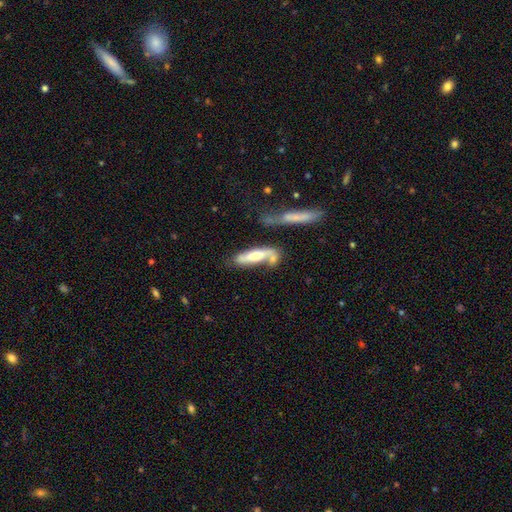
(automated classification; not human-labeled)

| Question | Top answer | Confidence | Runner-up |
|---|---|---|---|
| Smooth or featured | smooth | 59% | featured or disk (34%) |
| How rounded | cigar-shaped | 65% | in between (32%) |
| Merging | none | 36% | merger (33%) |